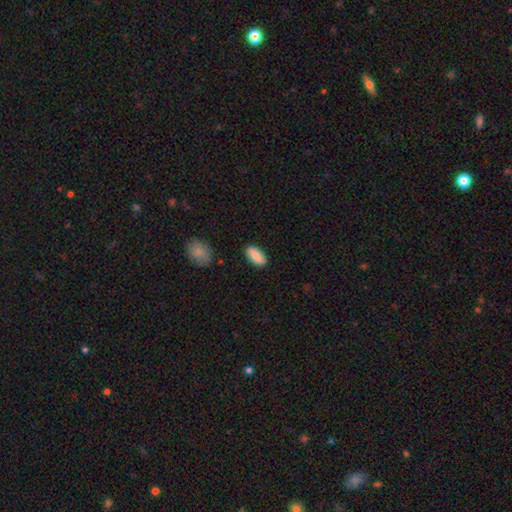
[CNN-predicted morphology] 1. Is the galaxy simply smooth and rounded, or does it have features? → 85% smooth, 9% featured or disk, 6% star or artifact.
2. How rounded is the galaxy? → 85% in between, 12% cigar-shaped, 3% round.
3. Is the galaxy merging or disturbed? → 86% none, 10% minor disturbance, 2% major disturbance, 2% merger.